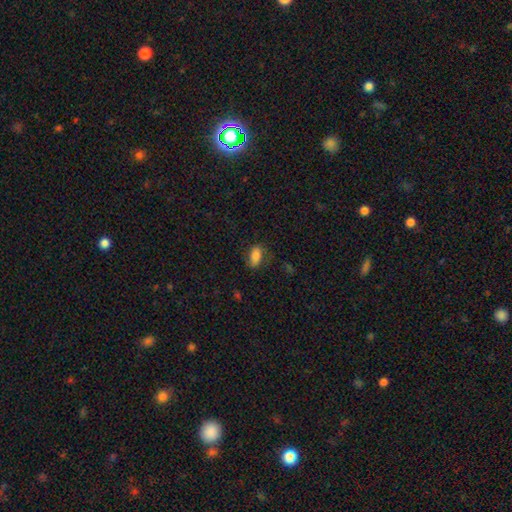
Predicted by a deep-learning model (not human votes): Smooth or featured? Predicted: smooth (p=0.79). How rounded? Predicted: in between (p=0.88). Merging? Predicted: none (p=0.72).